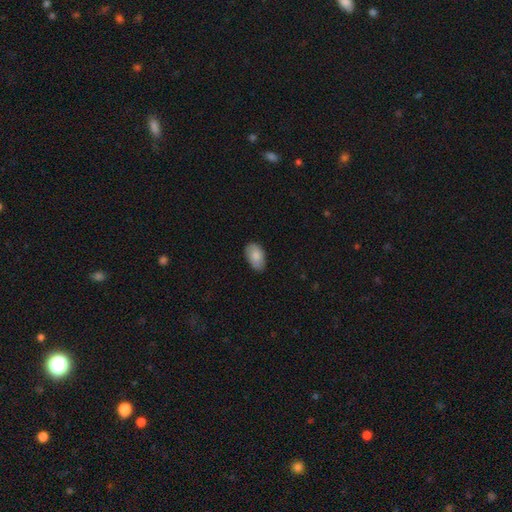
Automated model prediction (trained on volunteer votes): smooth-or-featured: smooth: 82% | featured or disk: 11% | star or artifact: 6%
  how-rounded: in between: 93% | round: 6% | cigar-shaped: 1%
  merging: none: 77% | minor disturbance: 19% | major disturbance: 3% | merger: 1%